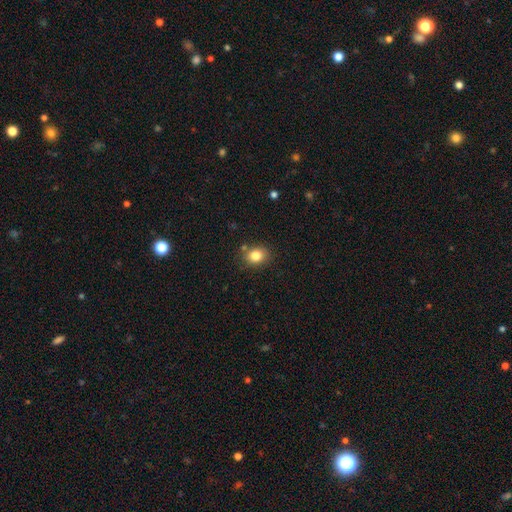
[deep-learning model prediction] A smooth galaxy with no disk features (83%) that is round (56%). Merging: none (82%).